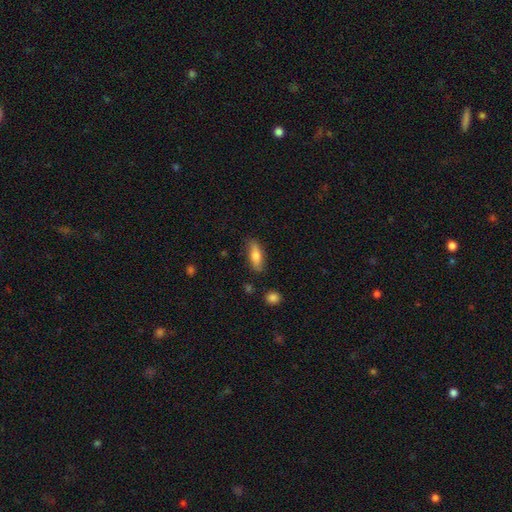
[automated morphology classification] smooth_or_featured: smooth (p=0.72) [alt: featured or disk p=0.21]
how_rounded: in between (p=0.61) [alt: cigar-shaped p=0.36]
merging: none (p=0.81) [alt: minor disturbance p=0.14]